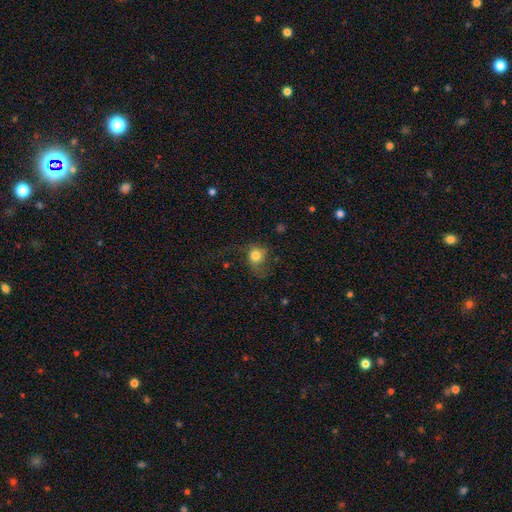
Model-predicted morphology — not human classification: smooth 72%, featured or disk 17%, star or artifact 10%. Down the decision tree: how rounded — round (76%); merging — none (42%).